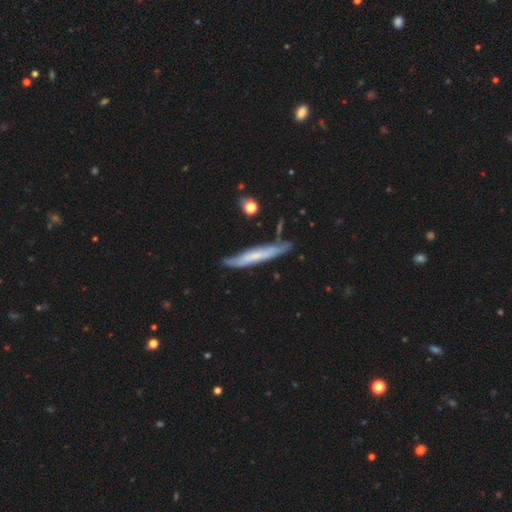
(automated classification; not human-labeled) A featured or disk galaxy (49%).

Vote fractions:
- Smooth or featured? featured or disk: 49% / smooth: 44% / star or artifact: 6%
- Merging? none: 73% / minor disturbance: 19% / major disturbance: 4% / merger: 4%